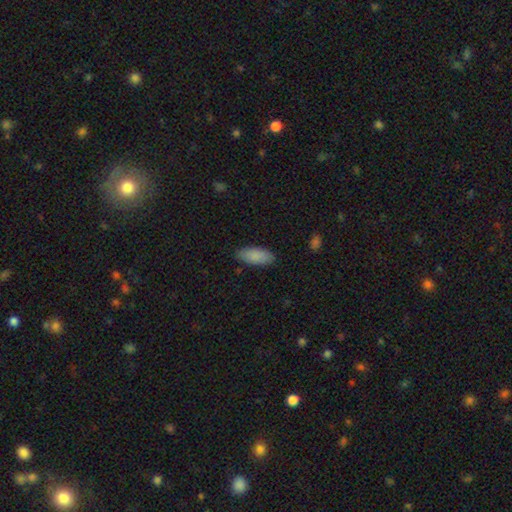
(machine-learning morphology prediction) type=smooth (87%); roundness=in between (85%); merging=none (85%).